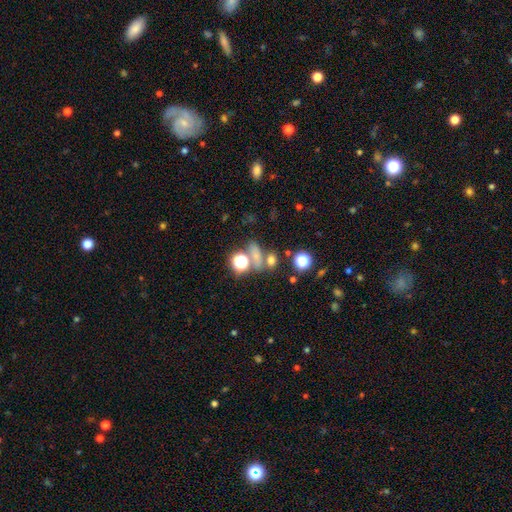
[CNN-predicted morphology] Smooth or featured: smooth — 57% (star or artifact — 30%)
How rounded: round — 44% (in between — 42%)
Merging: none — 55% (merger — 28%)